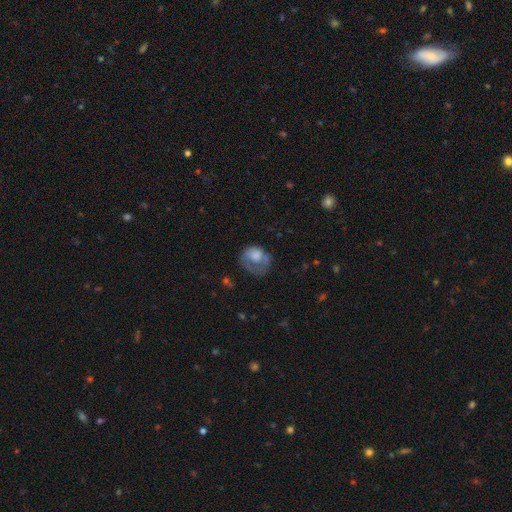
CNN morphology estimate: This appears to be a smooth galaxy with no disk features (58%) that is round (60%). Merging: major disturbance (37%).